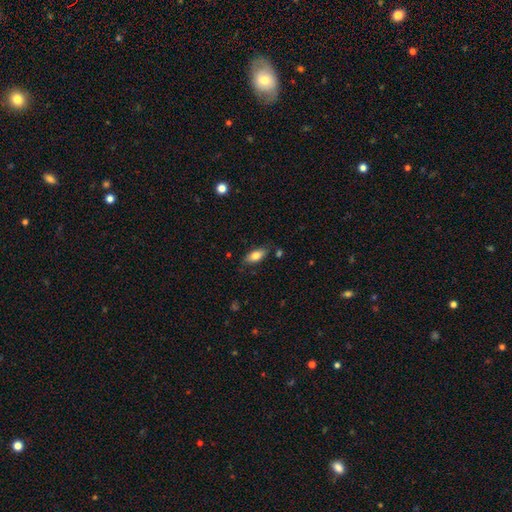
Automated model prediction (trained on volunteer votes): A smooth galaxy with no disk features (77%) that is in between round and cigar-shaped (85%).

Vote fractions:
- Smooth or featured? smooth: 77% / featured or disk: 16% / star or artifact: 7%
- How rounded? in between: 85% / cigar-shaped: 12% / round: 3%
- Merging? none: 78% / minor disturbance: 16% / major disturbance: 3% / merger: 3%